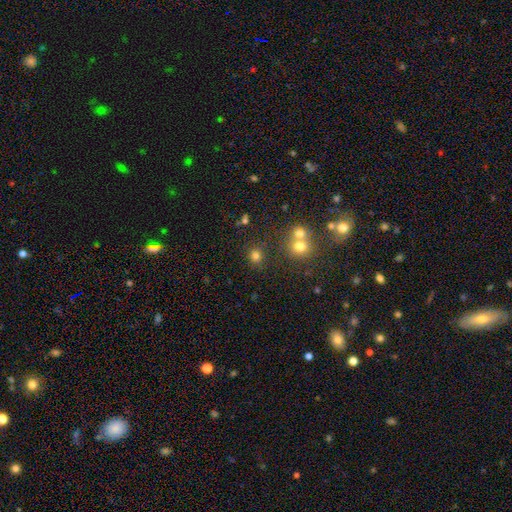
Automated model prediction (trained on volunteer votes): The model was most divided on "smooth or featured": smooth: 76%, star or artifact: 17%, featured or disk: 7%. More confident: how rounded — round (82%); merging — none (77%).